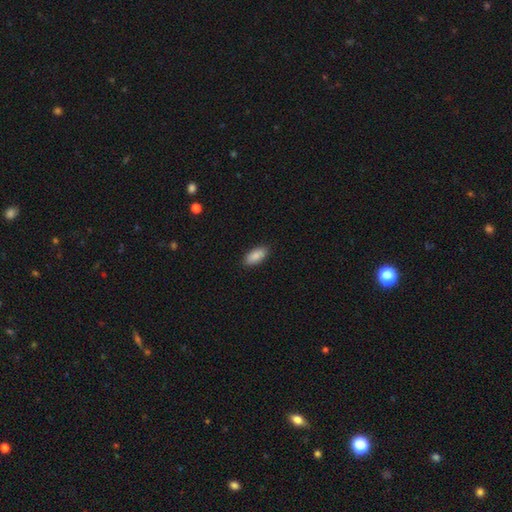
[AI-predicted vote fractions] Smooth or featured: smooth — 89% (star or artifact — 6%)
How rounded: in between — 90% (cigar-shaped — 8%)
Merging: none — 89% (minor disturbance — 8%)